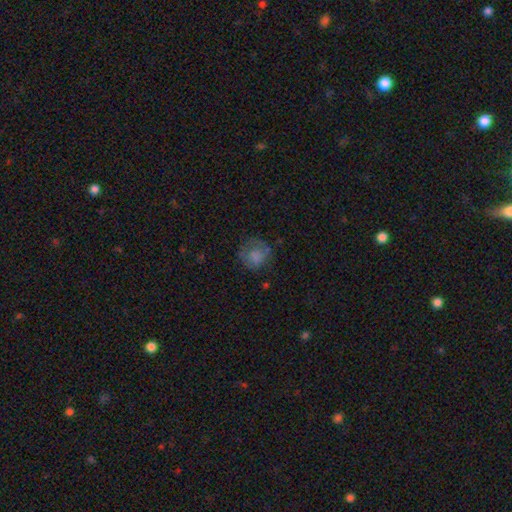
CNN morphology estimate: smooth_or_featured: smooth (p=0.68) [alt: featured or disk p=0.22]
how_rounded: round (p=0.79) [alt: in between p=0.21]
merging: none (p=0.54) [alt: minor disturbance p=0.24]